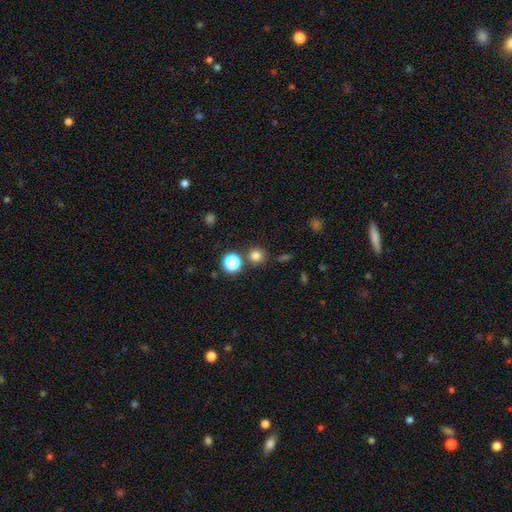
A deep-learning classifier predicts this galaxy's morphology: The model was most divided on "smooth or featured": smooth: 77%, star or artifact: 18%, featured or disk: 5%. More confident: how rounded — round (92%); merging — none (81%).